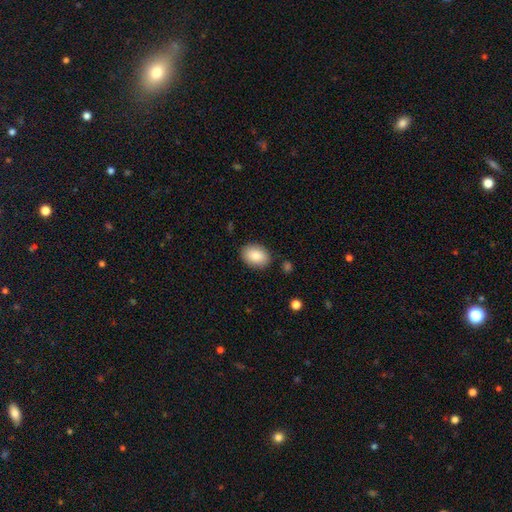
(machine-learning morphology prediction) A smooth galaxy with no disk features (86%) that is in between round and cigar-shaped (77%). Merging: none (85%).